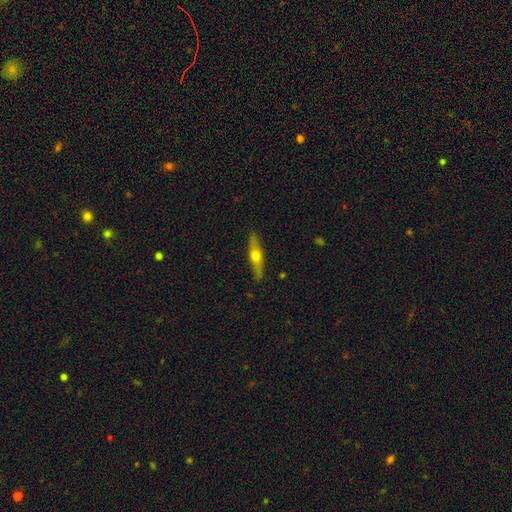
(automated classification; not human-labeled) smooth_or_featured: featured or disk (p=0.55) [alt: smooth p=0.39]
disk_edge_on: yes (p=0.90) [alt: no p=0.10]
merging: none (p=0.88) [alt: minor disturbance p=0.09]